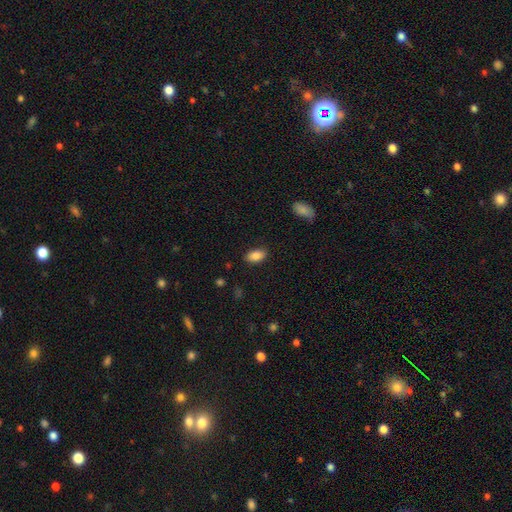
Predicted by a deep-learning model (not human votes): A smooth galaxy with no disk features (87%) that is in between round and cigar-shaped (92%).

Vote fractions:
- Smooth or featured? smooth: 87% / star or artifact: 8% / featured or disk: 5%
- How rounded? in between: 92% / round: 6% / cigar-shaped: 2%
- Merging? none: 84% / minor disturbance: 12% / major disturbance: 3% / merger: 1%